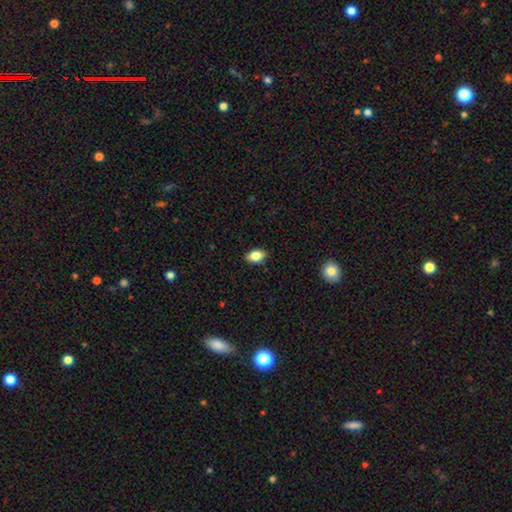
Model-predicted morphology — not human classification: Overall: smooth (82%). How rounded: in between (87%). Merging: none (87%).